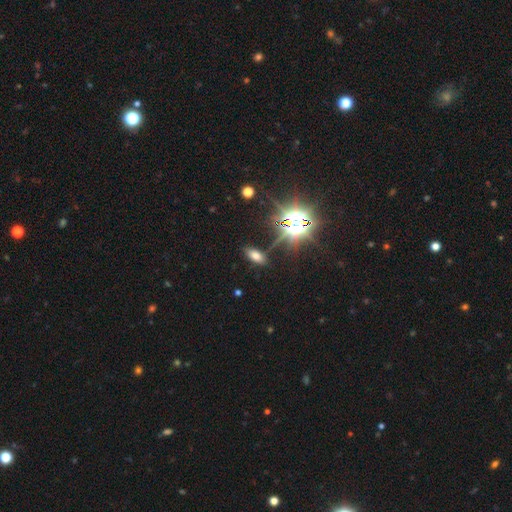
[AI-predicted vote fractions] Smooth or featured: smooth — 60% (star or artifact — 30%)
How rounded: in between — 85% (cigar-shaped — 10%)
Merging: none — 82% (minor disturbance — 11%)